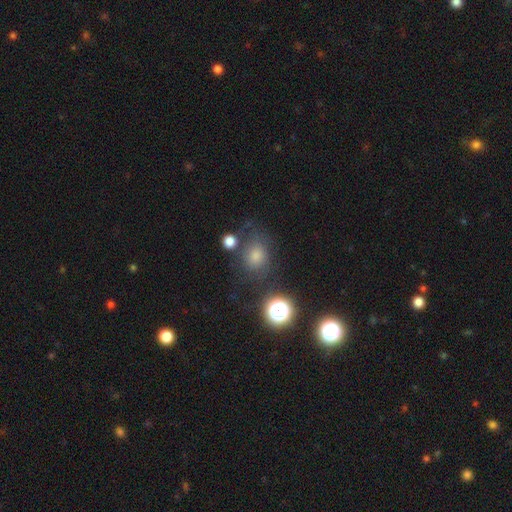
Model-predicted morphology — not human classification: This is likely a smooth galaxy (65%). How rounded: likely round (62%). Merging: likely none (69%).